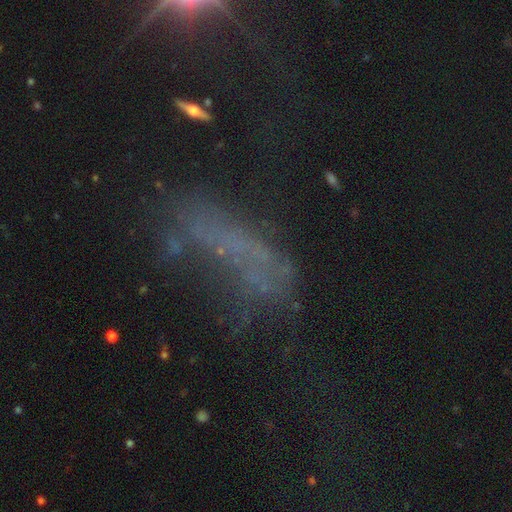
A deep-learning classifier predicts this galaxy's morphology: Q: Smooth or featured?
A: star or artifact (40%); runner-up: featured or disk (33%)